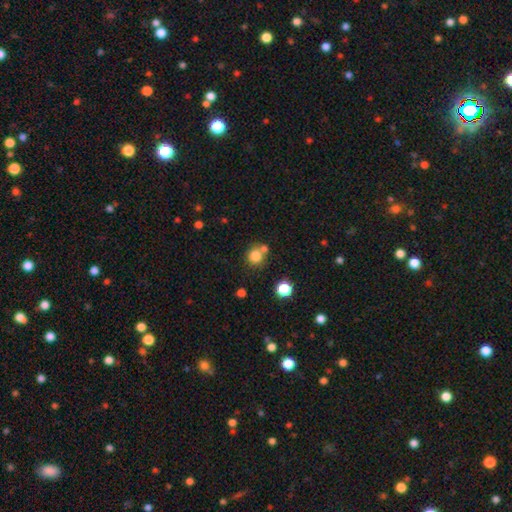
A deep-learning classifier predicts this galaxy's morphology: This is likely a smooth galaxy (80%). How rounded: clearly round (88%). Merging: possibly none (59%).